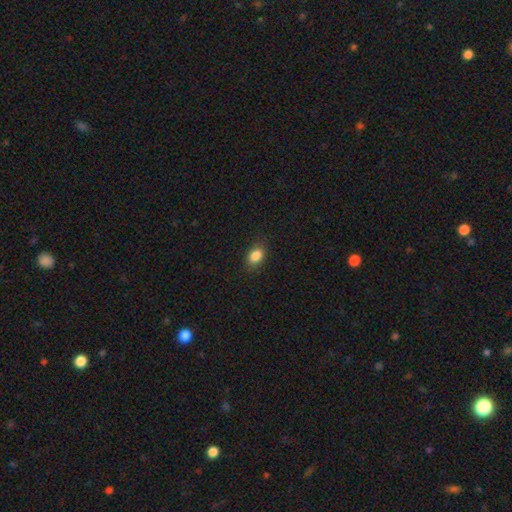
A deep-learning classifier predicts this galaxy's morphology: Smooth or featured?
  - smooth: 86% *
  - star or artifact: 9%
  - featured or disk: 5%
How rounded?
  - in between: 84% *
  - round: 14%
  - cigar-shaped: 2%
Merging?
  - none: 85% *
  - minor disturbance: 11%
  - major disturbance: 3%
  - merger: 1%